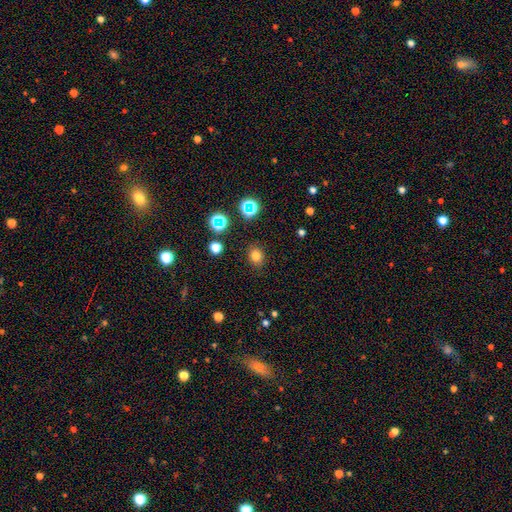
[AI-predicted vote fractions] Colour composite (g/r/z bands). It shows a smooth galaxy with no disk features (77%) that is round (60%). Merging: none (86%).